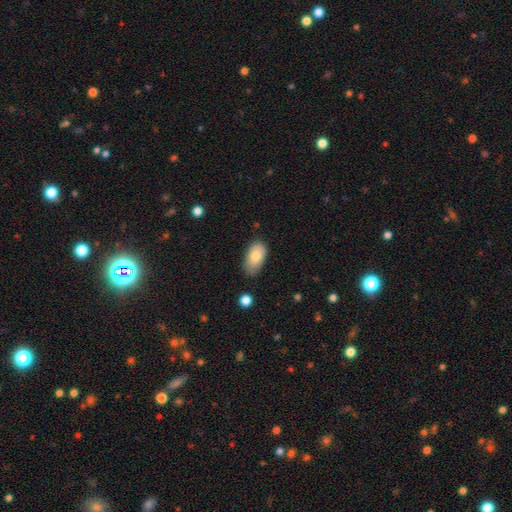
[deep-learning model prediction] Overall: smooth (79%). How rounded: in between (94%). Merging: none (63%; minor disturbance 29%).